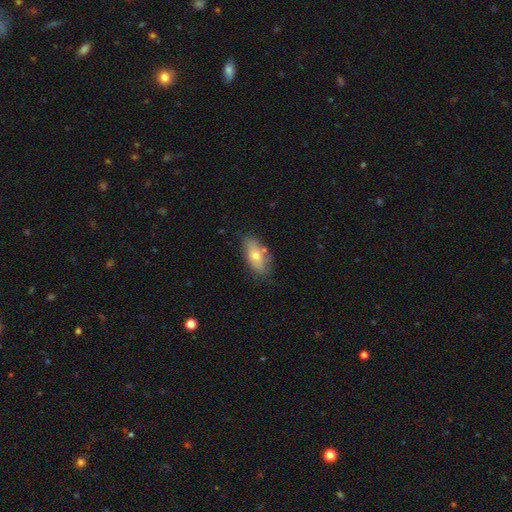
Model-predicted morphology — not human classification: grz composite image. It shows a smooth galaxy with no disk features (64%) that is in between round and cigar-shaped (85%). Merging: none (72%).